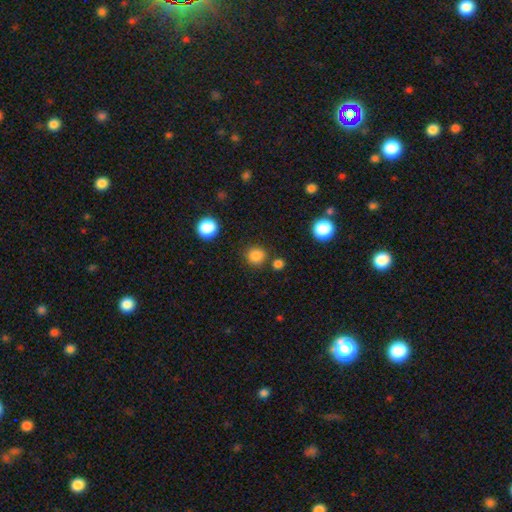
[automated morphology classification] The model was most divided on "smooth or featured": smooth: 84%, star or artifact: 12%, featured or disk: 4%. More confident: how rounded — round (89%); merging — none (82%).